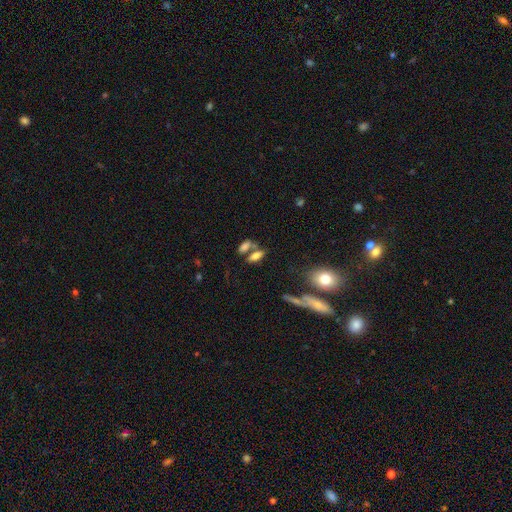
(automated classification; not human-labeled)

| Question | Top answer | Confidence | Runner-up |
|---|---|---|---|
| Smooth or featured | smooth | 73% | featured or disk (16%) |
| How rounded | in between | 77% | cigar-shaped (19%) |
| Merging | none | 45% | merger (38%) |